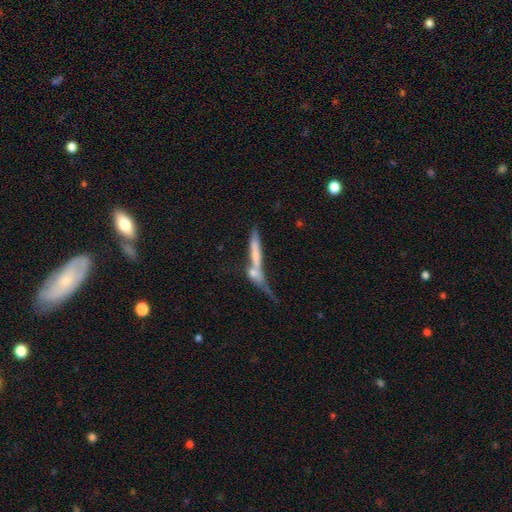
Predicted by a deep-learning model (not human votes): Overall: featured or disk (48%; smooth 43%). Merging: merger (42%; none 32%).